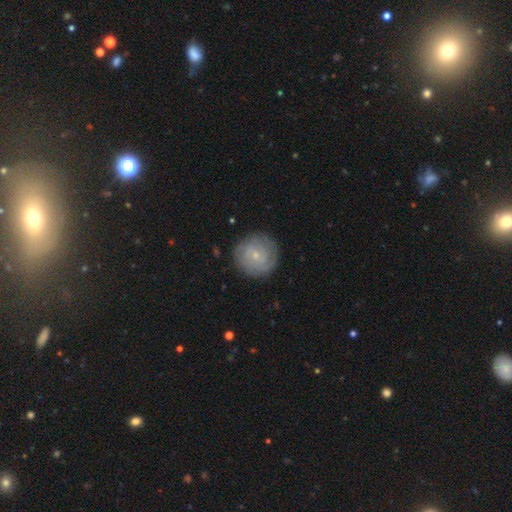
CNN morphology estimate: A featured or disk galaxy (48%). Merging: none (83%).